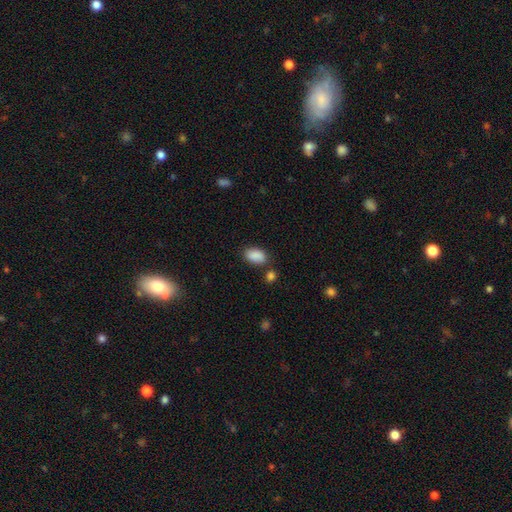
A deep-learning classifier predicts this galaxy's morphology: The model was most divided on "merging": none: 73%, minor disturbance: 15%, merger: 9%, major disturbance: 4%. More confident: how rounded — in between (90%); smooth or featured — smooth (89%).